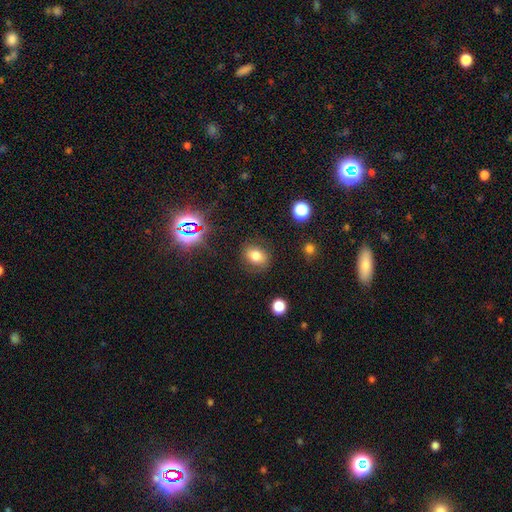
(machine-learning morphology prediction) Smooth or featured? smooth (73%)
How rounded? in between (59%)
Merging? none (79%)